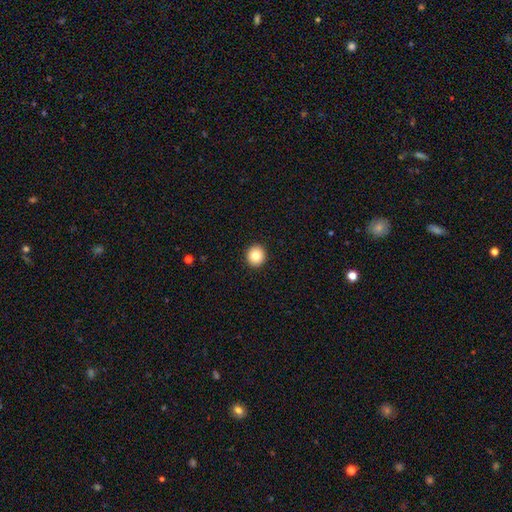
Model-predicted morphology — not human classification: This is clearly a smooth galaxy (84%). How rounded: clearly round (90%). Merging: clearly none (93%).